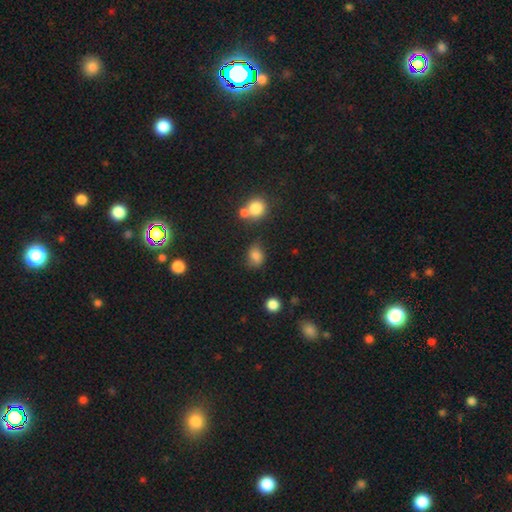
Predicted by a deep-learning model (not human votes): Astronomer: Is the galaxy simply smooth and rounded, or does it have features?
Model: smooth — 77%.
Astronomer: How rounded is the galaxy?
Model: in between — 58% (runner-up: round, 41%).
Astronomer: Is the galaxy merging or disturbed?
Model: none — 63%.